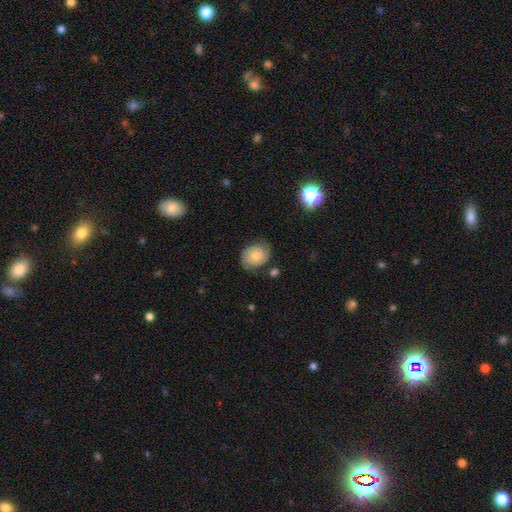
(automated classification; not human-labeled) Q: Smooth or featured?
A: featured or disk (58%); runner-up: smooth (33%)
Q: Edge-on disk?
A: no (97%); runner-up: yes (3%)
Q: Bar?
A: no (72%); runner-up: weak (24%)
Q: Spiral arms?
A: yes (90%); runner-up: no (10%)
Q: Spiral winding?
A: tight (48%); runner-up: medium (37%)
Q: Spiral arm count?
A: 2 (85%); runner-up: can't tell (9%)
Q: Bulge size?
A: moderate (52%); runner-up: small (35%)
Q: Merging?
A: none (70%); runner-up: minor disturbance (19%)